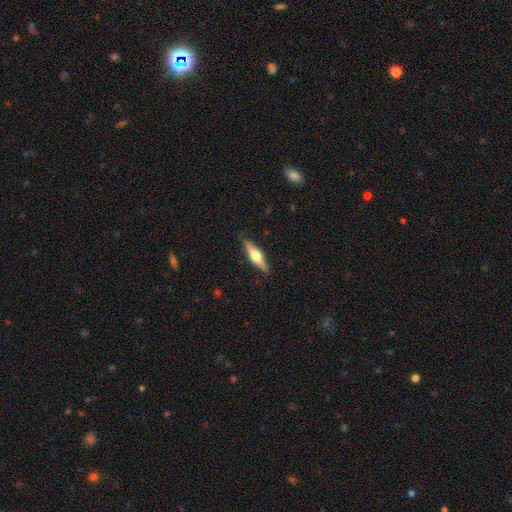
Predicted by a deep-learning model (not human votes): Smooth or featured? featured or disk (59%)
Edge-on disk? yes (95%)
Edge-on bulge? rounded (94%)
Merging? none (88%)